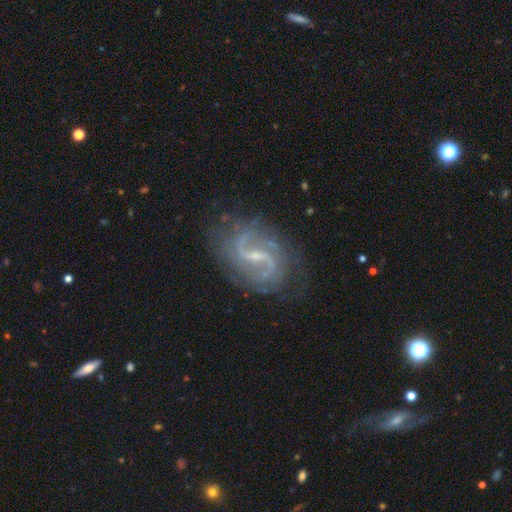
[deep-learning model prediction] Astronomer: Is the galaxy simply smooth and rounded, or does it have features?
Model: featured or disk — 91%.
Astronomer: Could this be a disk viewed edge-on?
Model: no — 98%.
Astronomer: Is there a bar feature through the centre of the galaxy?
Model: weak — 55%.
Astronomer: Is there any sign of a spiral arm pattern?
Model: yes — 97%.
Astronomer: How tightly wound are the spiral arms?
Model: loose — 45% (runner-up: medium, 43%).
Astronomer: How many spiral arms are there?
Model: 2 — 91%.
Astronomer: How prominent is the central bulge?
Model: small — 74%.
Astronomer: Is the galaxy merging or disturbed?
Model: none — 78%.